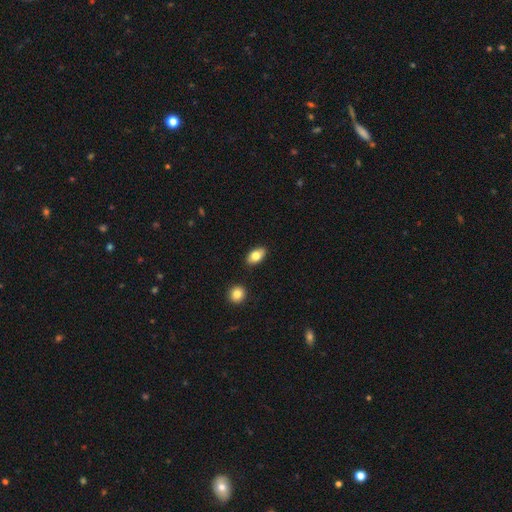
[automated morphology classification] type=smooth (80%); roundness=in between (91%); merging=none (87%).